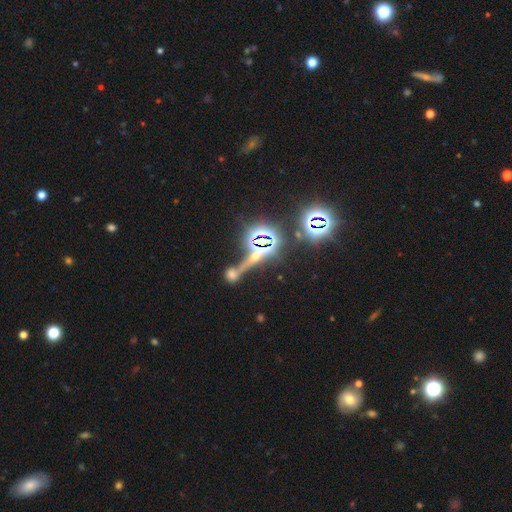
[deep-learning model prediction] A star or artifact, not a galaxy (55%).

Vote fractions:
- Smooth or featured? star or artifact: 55% / smooth: 25% / featured or disk: 20%